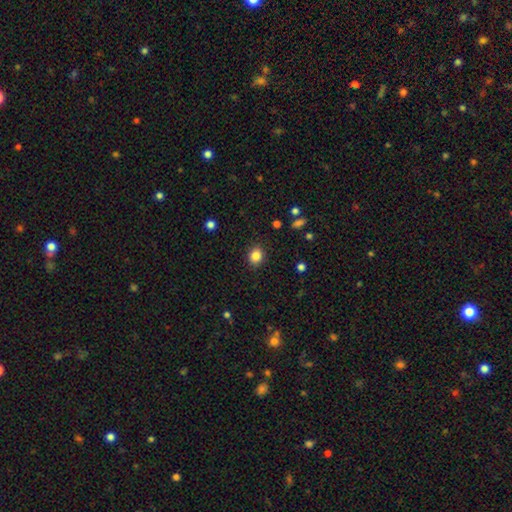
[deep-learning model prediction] Smooth or featured: smooth — 84% (star or artifact — 10%)
How rounded: round — 61% (in between — 38%)
Merging: none — 89% (minor disturbance — 8%)